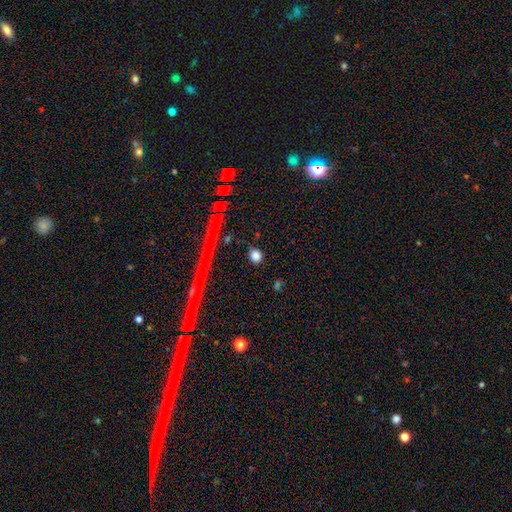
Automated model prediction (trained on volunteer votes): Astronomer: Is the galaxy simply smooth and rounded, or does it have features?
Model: smooth — 79%.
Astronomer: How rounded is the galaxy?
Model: round — 80%.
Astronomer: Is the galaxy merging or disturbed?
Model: none — 87%.